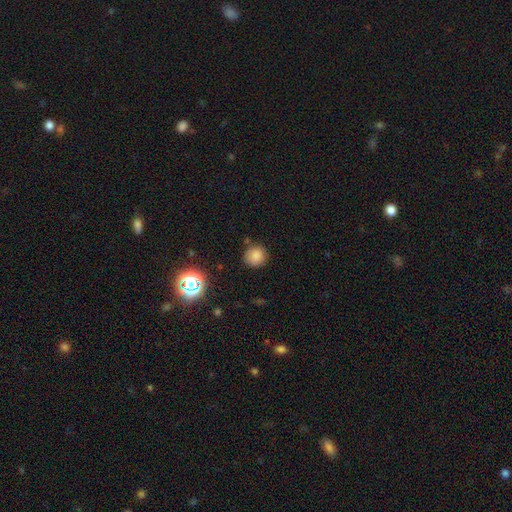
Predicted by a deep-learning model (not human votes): Morphology: type=smooth (81%); roundness=round (90%); merging=none (83%).